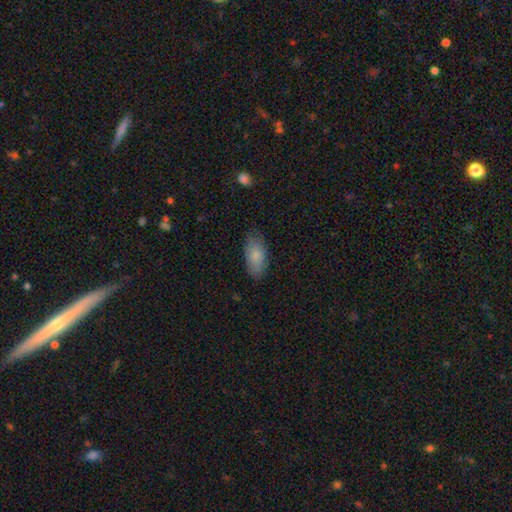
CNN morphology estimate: smooth-or-featured: smooth: 83% | featured or disk: 11% | star or artifact: 6%
  how-rounded: in between: 90% | cigar-shaped: 7% | round: 3%
  merging: none: 77% | minor disturbance: 18% | major disturbance: 4% | merger: 1%